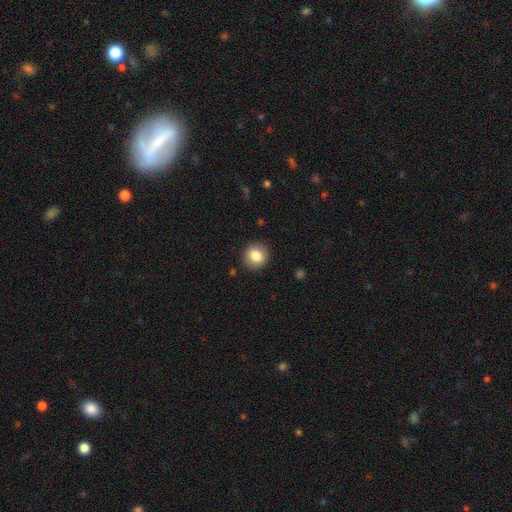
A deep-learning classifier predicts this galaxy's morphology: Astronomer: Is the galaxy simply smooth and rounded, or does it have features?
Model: smooth — 82%.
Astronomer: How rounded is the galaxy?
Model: round — 82%.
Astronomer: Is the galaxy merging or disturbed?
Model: none — 90%.